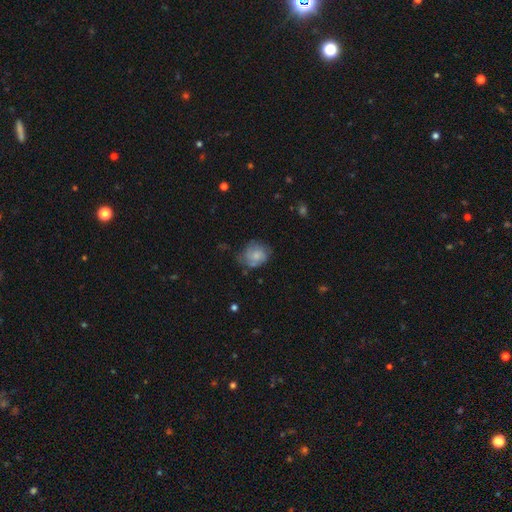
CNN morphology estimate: This is possibly a smooth galaxy (60%). How rounded: likely round (67%). Merging: possibly none (56%).